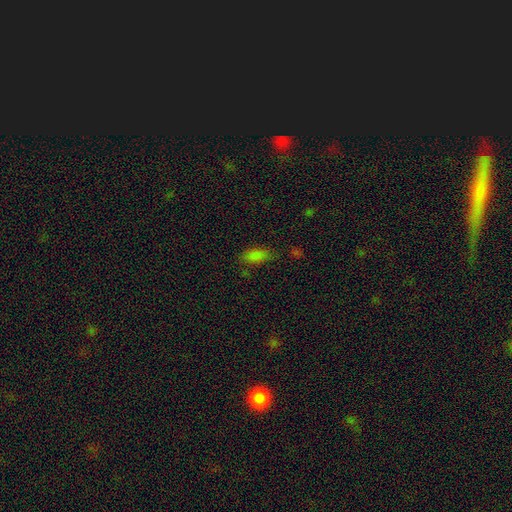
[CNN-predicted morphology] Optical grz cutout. It shows a smooth galaxy with no disk features (81%) that is in between round and cigar-shaped (88%). Merging: none (67%).